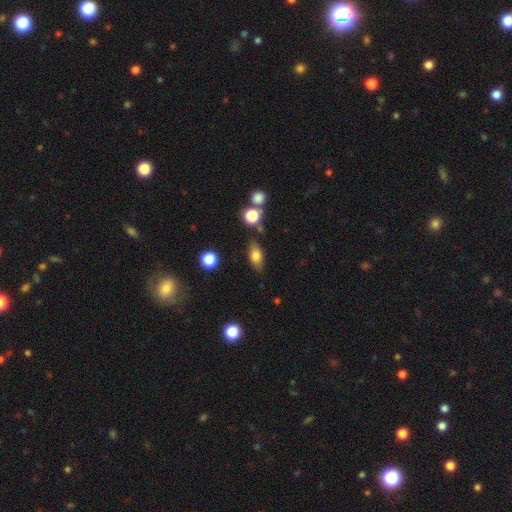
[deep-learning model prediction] Smooth or featured? smooth (77%)
How rounded? in between (84%)
Merging? none (75%)